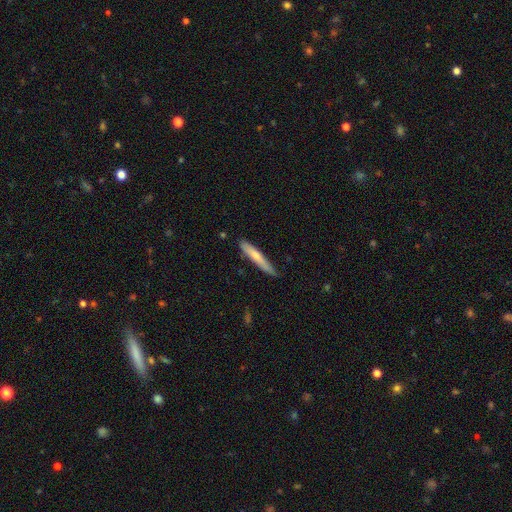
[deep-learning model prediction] Smooth or featured: smooth — 64% (featured or disk — 30%)
How rounded: cigar-shaped — 93% (in between — 6%)
Merging: none — 73% (minor disturbance — 22%)